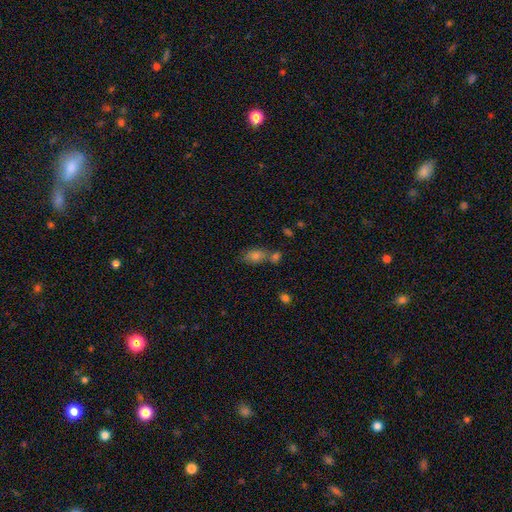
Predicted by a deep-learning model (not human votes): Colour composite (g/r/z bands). It shows a smooth galaxy with no disk features (74%) that is in between round and cigar-shaped (82%). Merging: none (47%).